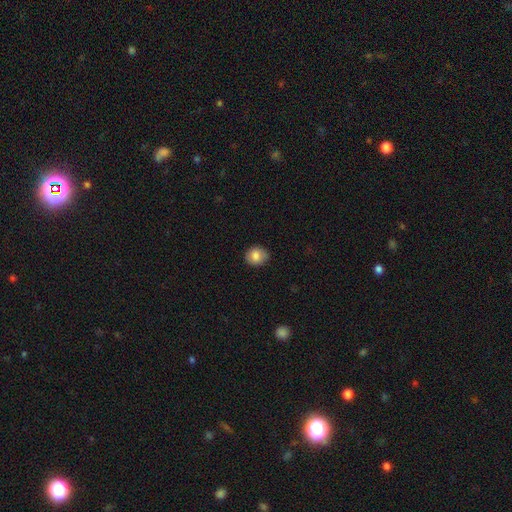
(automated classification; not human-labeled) Smooth or featured? Predicted: smooth (p=0.83). How rounded? Predicted: round (p=0.71). Merging? Predicted: none (p=0.81).